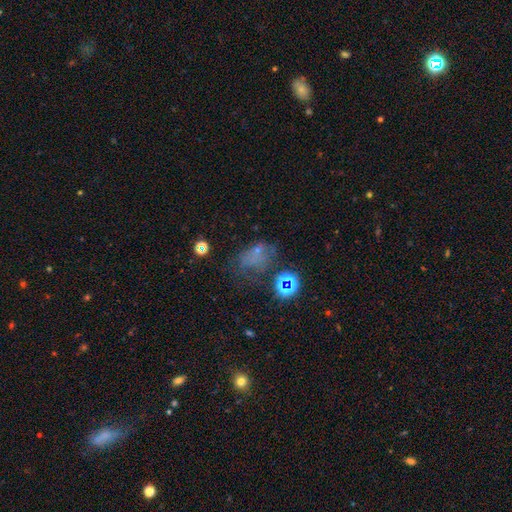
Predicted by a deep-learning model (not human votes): The model was most divided on "merging": none: 35%, major disturbance: 33%, minor disturbance: 23%, merger: 9%. Remaining: smooth or featured — smooth (42%).